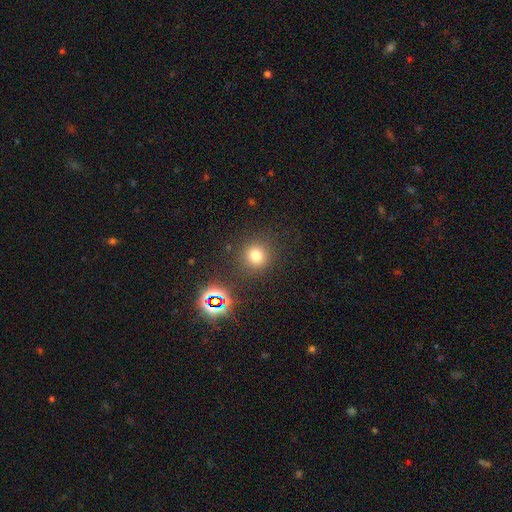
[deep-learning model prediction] Morphology: type=smooth (73%); roundness=round (92%); merging=none (85%).